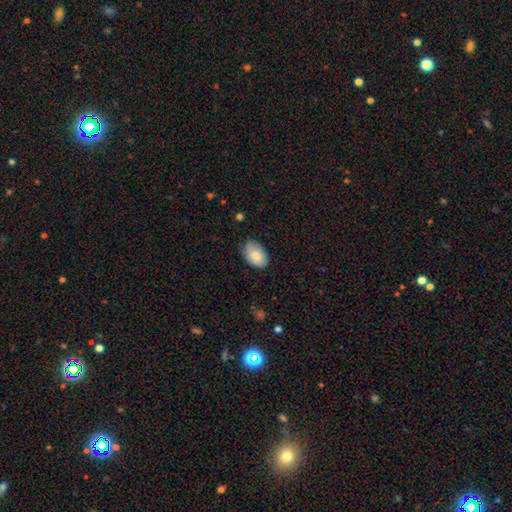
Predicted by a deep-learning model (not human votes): A smooth galaxy with no disk features (83%) that is in between round and cigar-shaped (91%). Merging: none (75%).